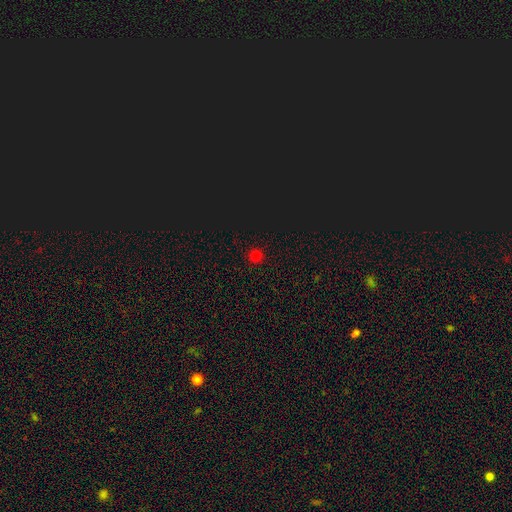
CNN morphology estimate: Smooth or featured: smooth — 73% (star or artifact — 24%)
How rounded: round — 95% (in between — 4%)
Merging: none — 92% (minor disturbance — 5%)